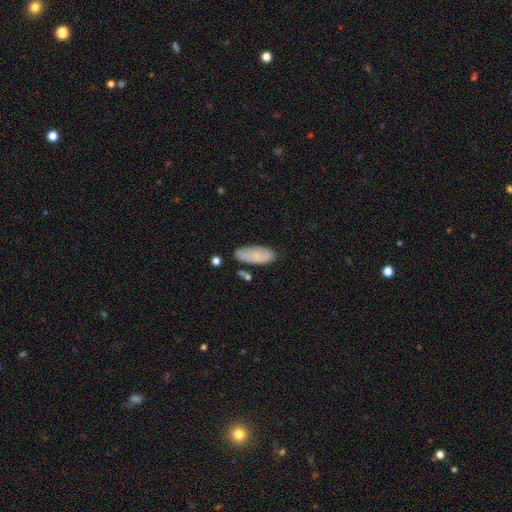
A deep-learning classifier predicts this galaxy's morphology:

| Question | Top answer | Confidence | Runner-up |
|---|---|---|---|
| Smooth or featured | smooth | 78% | featured or disk (15%) |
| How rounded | in between | 81% | cigar-shaped (17%) |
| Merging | none | 74% | minor disturbance (17%) |